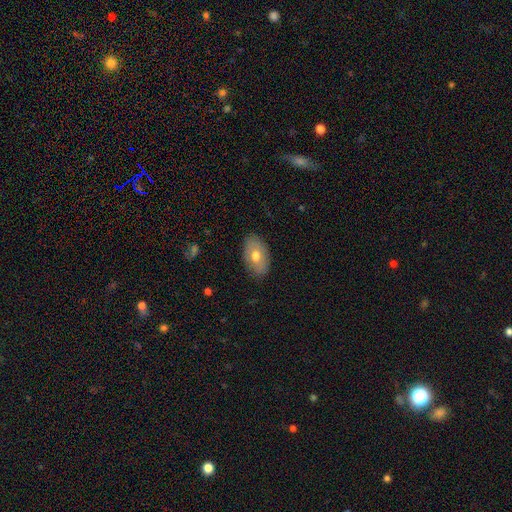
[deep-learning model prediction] smooth-or-featured: smooth: 66% | featured or disk: 27% | star or artifact: 7%
  how-rounded: in between: 92% | round: 7% | cigar-shaped: 2%
  merging: none: 85% | minor disturbance: 12% | major disturbance: 3% | merger: 1%